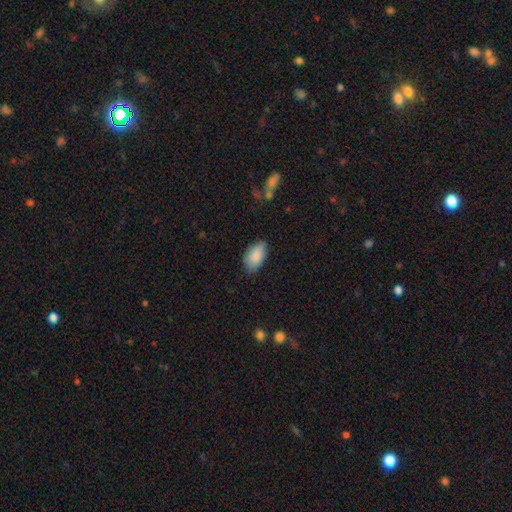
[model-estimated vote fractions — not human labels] smooth 85%, featured or disk 8%, star or artifact 7%. Down the decision tree: how rounded — in between (93%); merging — none (71%).